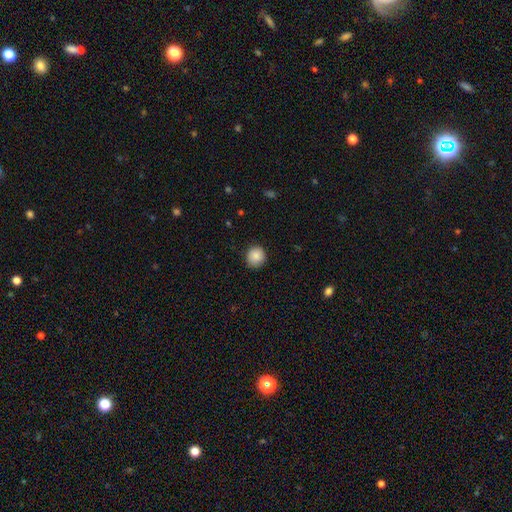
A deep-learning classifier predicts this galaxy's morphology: Smooth or featured? Predicted: smooth (p=0.86). How rounded? Predicted: round (p=0.87). Merging? Predicted: none (p=0.85).